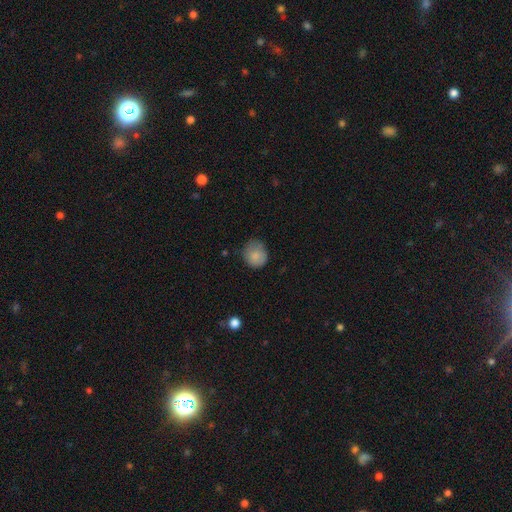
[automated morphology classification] This is clearly a smooth galaxy (83%). How rounded: likely round (80%). Merging: likely none (65%).